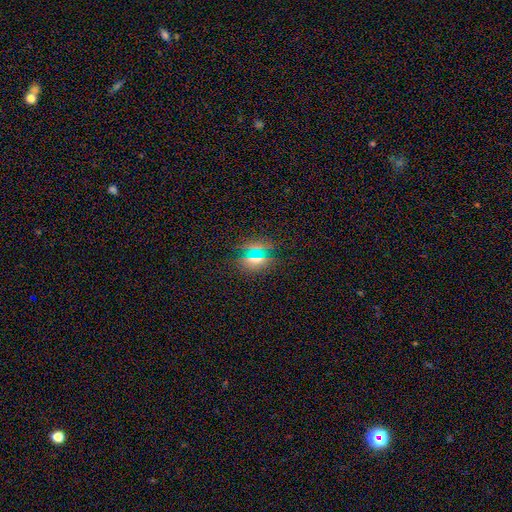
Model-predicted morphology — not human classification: Smooth or featured?
  - smooth: 59% *
  - star or artifact: 27%
  - featured or disk: 14%
How rounded?
  - in between: 49% *
  - round: 43%
  - cigar-shaped: 8%
Merging?
  - none: 81% *
  - minor disturbance: 11%
  - major disturbance: 5%
  - merger: 4%